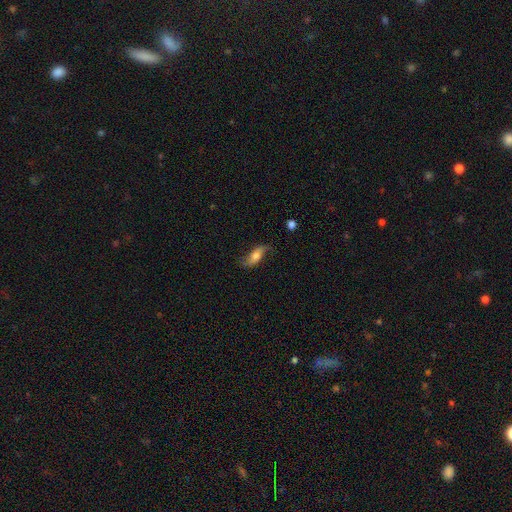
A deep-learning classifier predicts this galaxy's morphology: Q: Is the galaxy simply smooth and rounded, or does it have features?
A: featured or disk — 52%.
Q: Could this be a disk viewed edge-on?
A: no — 82%.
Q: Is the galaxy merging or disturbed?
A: none — 67%.